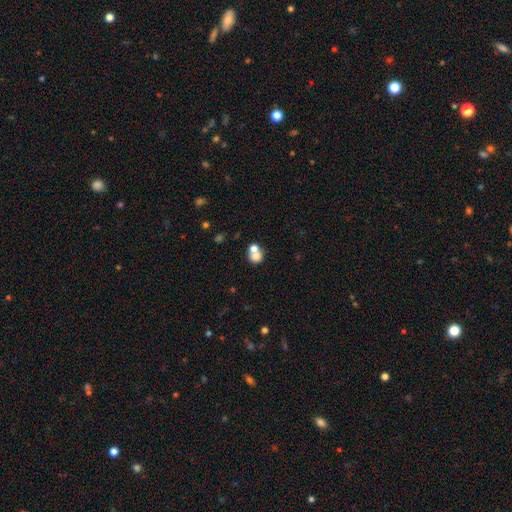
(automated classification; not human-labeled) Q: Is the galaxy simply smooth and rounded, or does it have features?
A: smooth — 72%.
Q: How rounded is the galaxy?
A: round — 72%.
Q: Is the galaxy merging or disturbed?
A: merger — 56%.